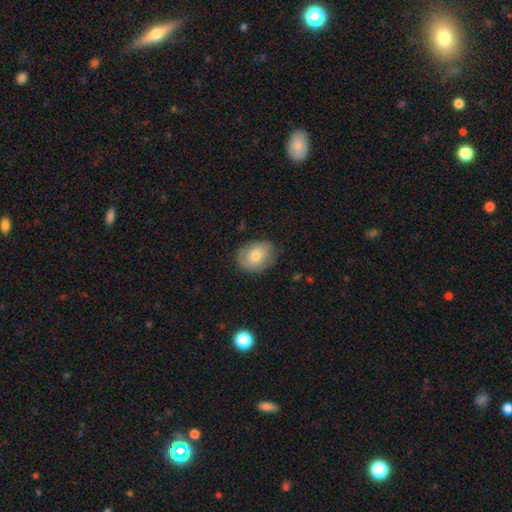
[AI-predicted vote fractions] Smooth or featured? Predicted: smooth (p=0.73). How rounded? Predicted: in between (p=0.63). Merging? Predicted: none (p=0.76).